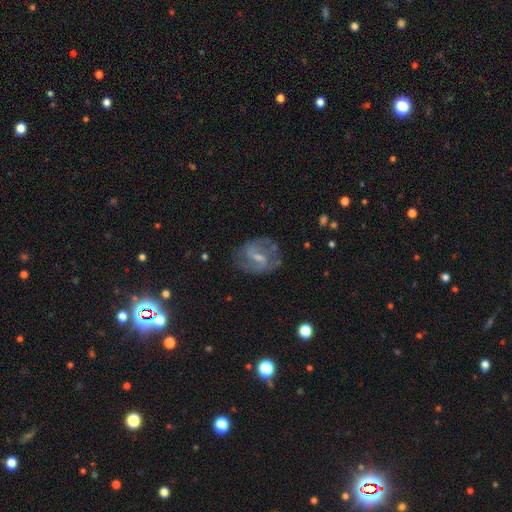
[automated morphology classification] Smooth or featured? Predicted: featured or disk (p=0.75). Edge-on disk? Predicted: no (p=0.96). Bar? Predicted: weak (p=0.53). Spiral arms? Predicted: yes (p=0.86). Spiral winding? Predicted: medium (p=0.49). Spiral arm count? Predicted: 2 (p=0.76). Bulge size? Predicted: small (p=0.55). Merging? Predicted: none (p=0.72).